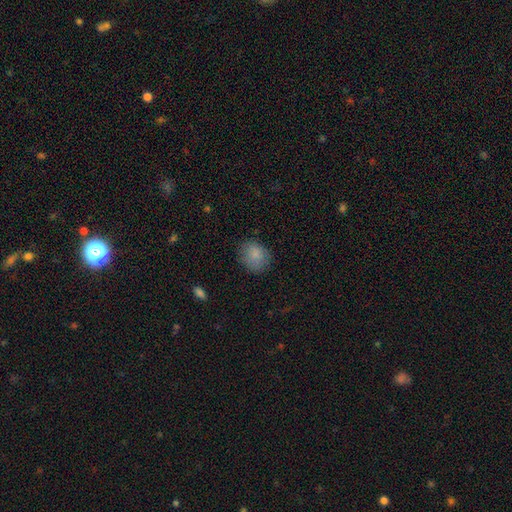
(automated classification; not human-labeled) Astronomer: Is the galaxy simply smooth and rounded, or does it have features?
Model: smooth — 85%.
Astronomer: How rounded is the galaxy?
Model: round — 59% (runner-up: in between, 40%).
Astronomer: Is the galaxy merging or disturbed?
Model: none — 78%.